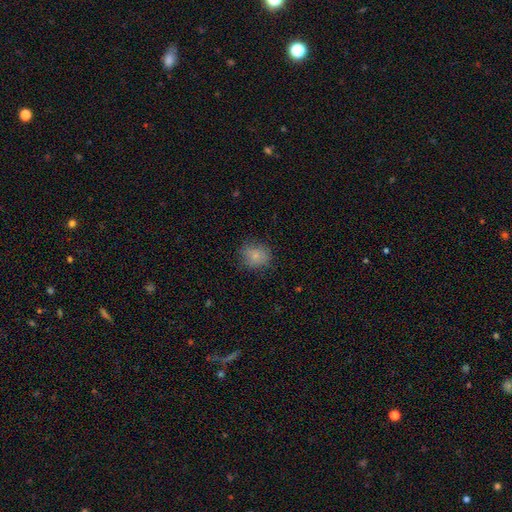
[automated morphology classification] The model was most divided on "how rounded": round: 72%, in between: 27%, cigar-shaped: 1%. More confident: smooth or featured — smooth (80%); merging — none (77%).